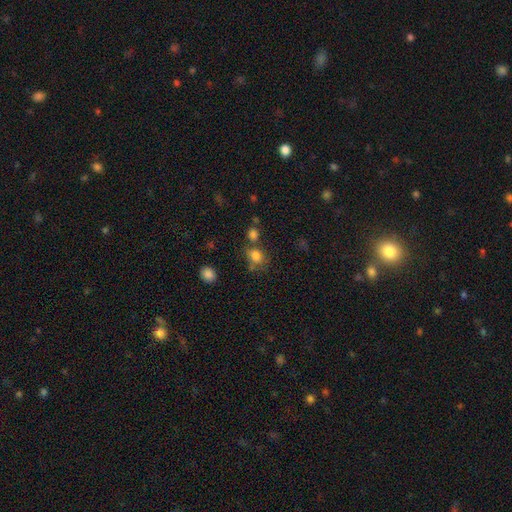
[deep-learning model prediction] Smooth or featured: smooth — 79% (star or artifact — 13%)
How rounded: round — 56% (in between — 43%)
Merging: none — 51% (merger — 23%)